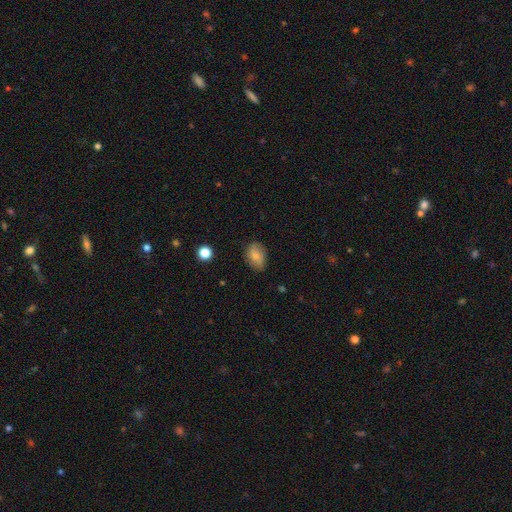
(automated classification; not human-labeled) A smooth galaxy with no disk features (77%) that is in between round and cigar-shaped (82%).

Vote fractions:
- Smooth or featured? smooth: 77% / featured or disk: 14% / star or artifact: 9%
- How rounded? in between: 82% / round: 17% / cigar-shaped: 2%
- Merging? none: 76% / minor disturbance: 19% / major disturbance: 4% / merger: 1%